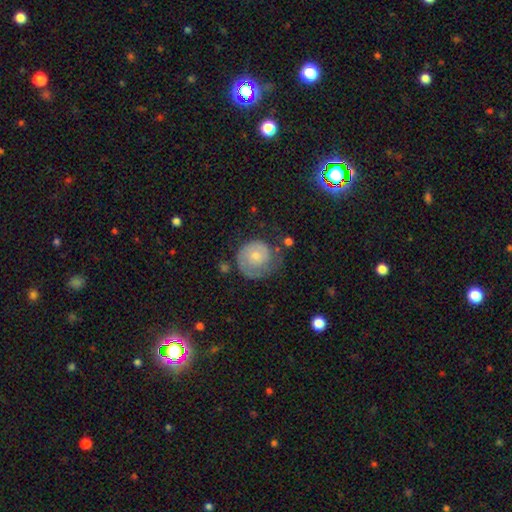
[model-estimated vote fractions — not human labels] smooth-or-featured: featured or disk: 49% | smooth: 44% | star or artifact: 7%
  merging: none: 50% | minor disturbance: 26% | major disturbance: 21% | merger: 3%